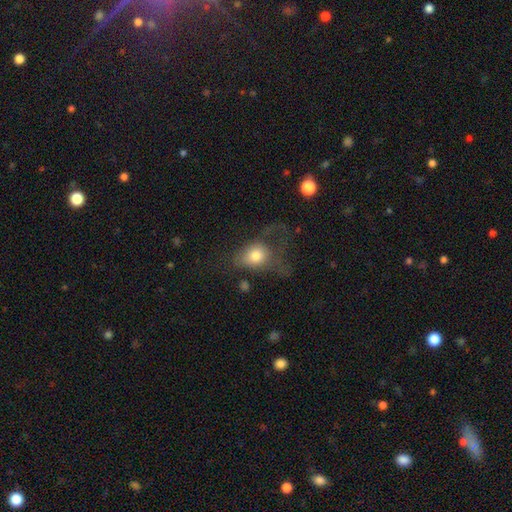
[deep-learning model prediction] A smooth galaxy with no disk features (72%) that is in between round and cigar-shaped (52%).

Vote fractions:
- Smooth or featured? smooth: 72% / featured or disk: 18% / star or artifact: 10%
- How rounded? in between: 52% / round: 47% / cigar-shaped: 2%
- Merging? major disturbance: 54% / none: 24% / minor disturbance: 18% / merger: 4%